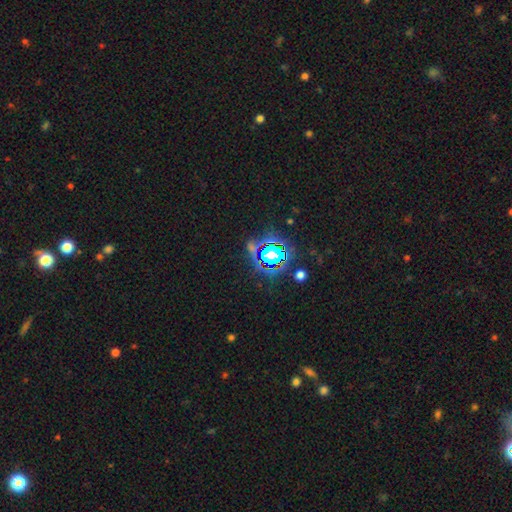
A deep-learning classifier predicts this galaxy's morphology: Q: Smooth or featured?
A: star or artifact (82%); runner-up: smooth (11%)